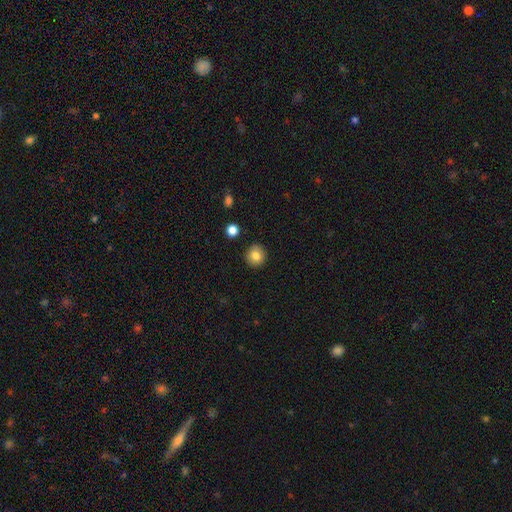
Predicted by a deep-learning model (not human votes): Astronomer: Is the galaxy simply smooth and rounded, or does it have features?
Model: smooth — 82%.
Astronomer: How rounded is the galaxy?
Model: round — 93%.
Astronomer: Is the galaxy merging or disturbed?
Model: none — 91%.